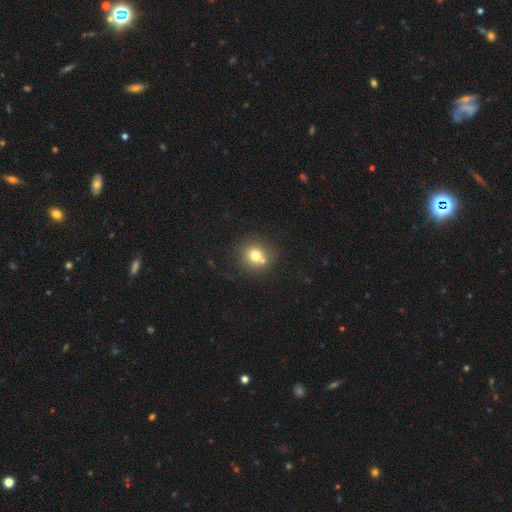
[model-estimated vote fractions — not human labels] Smooth or featured? Predicted: smooth (p=0.72). How rounded? Predicted: round (p=0.88). Merging? Predicted: none (p=0.62).